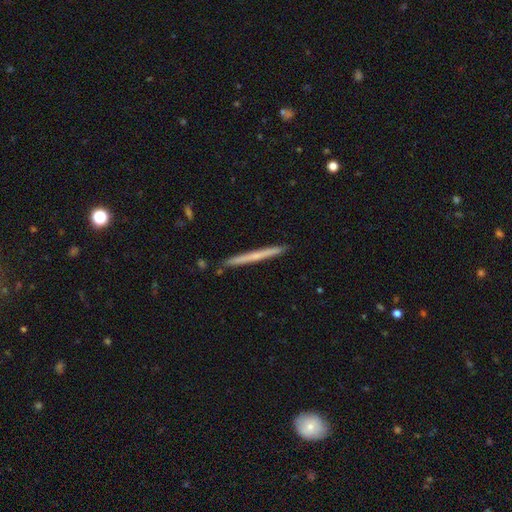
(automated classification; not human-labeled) A smooth galaxy with no disk features (50%) that is cigar-shaped (97%).

Vote fractions:
- Smooth or featured? smooth: 50% / featured or disk: 44% / star or artifact: 6%
- How rounded? cigar-shaped: 97% / in between: 1% / round: 1%
- Merging? none: 91% / minor disturbance: 7% / merger: 2% / major disturbance: 1%